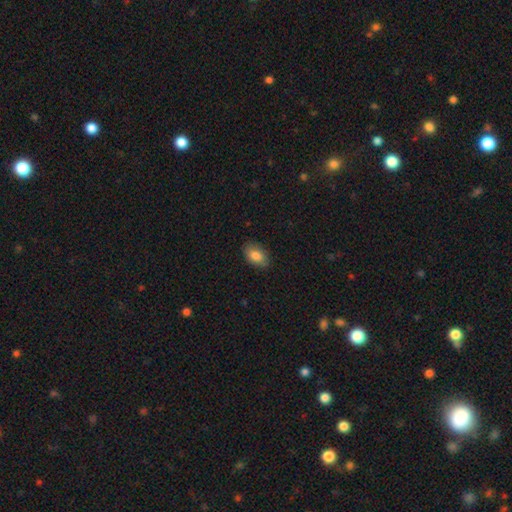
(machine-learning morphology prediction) Overall: smooth (84%). How rounded: in between (88%). Merging: none (84%).